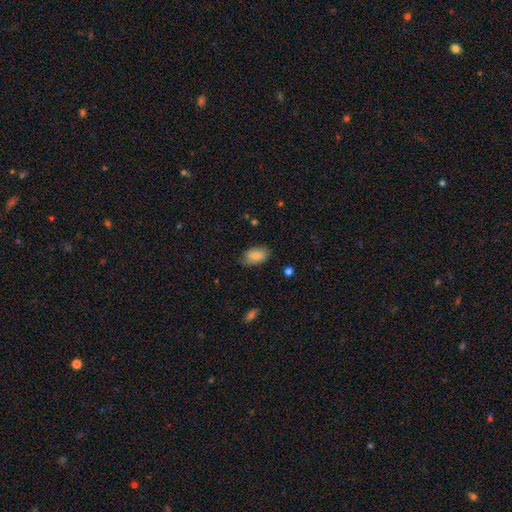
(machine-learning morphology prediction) A smooth galaxy with no disk features (83%) that is in between round and cigar-shaped (92%). Merging: none (74%).